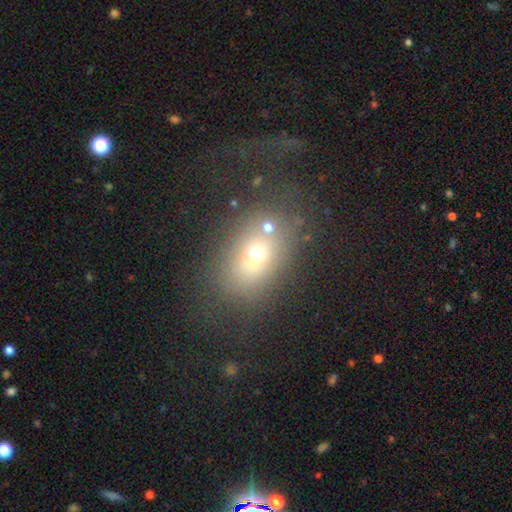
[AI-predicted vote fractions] The model was most divided on "how rounded": in between: 64%, round: 34%, cigar-shaped: 2%. More confident: smooth or featured — smooth (63%); merging — none (59%).